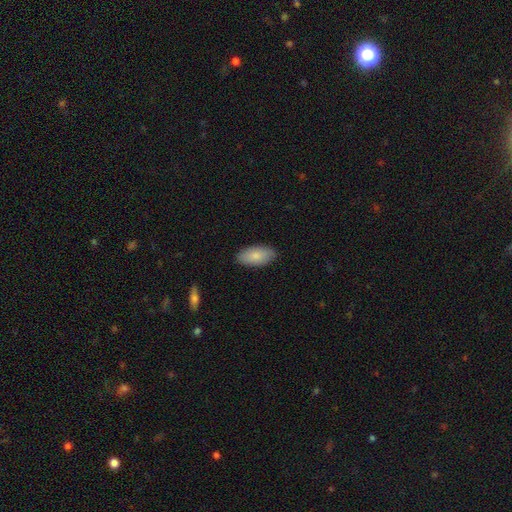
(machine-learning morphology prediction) A smooth galaxy with no disk features (83%) that is in between round and cigar-shaped (92%). Merging: none (87%).